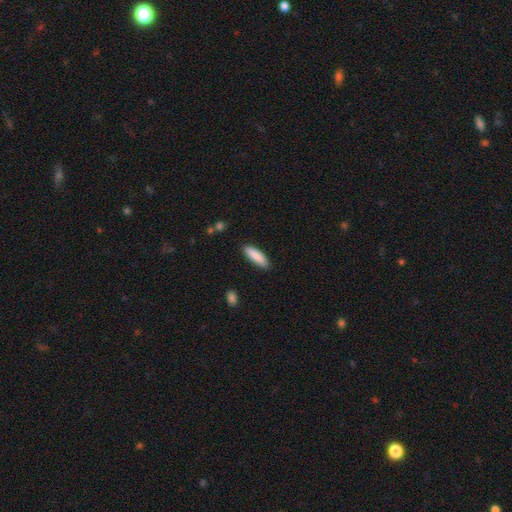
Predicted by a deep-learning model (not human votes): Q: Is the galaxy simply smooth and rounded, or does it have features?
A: smooth — 89%.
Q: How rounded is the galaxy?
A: cigar-shaped — 51%.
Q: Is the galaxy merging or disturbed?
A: none — 87%.